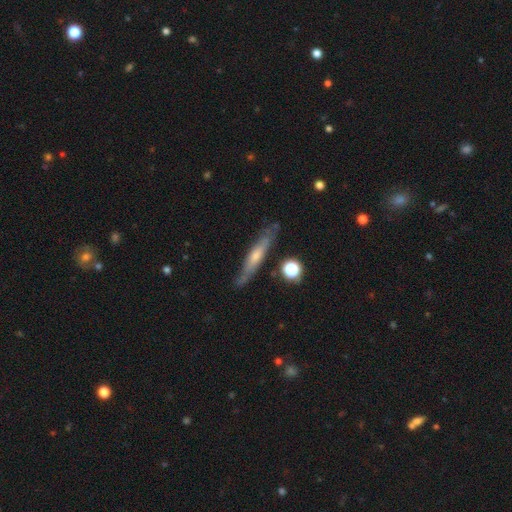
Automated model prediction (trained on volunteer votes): This is possibly a featured or disk galaxy (58%). It is clearly viewed edge-on (85%). Merging: likely none (79%).